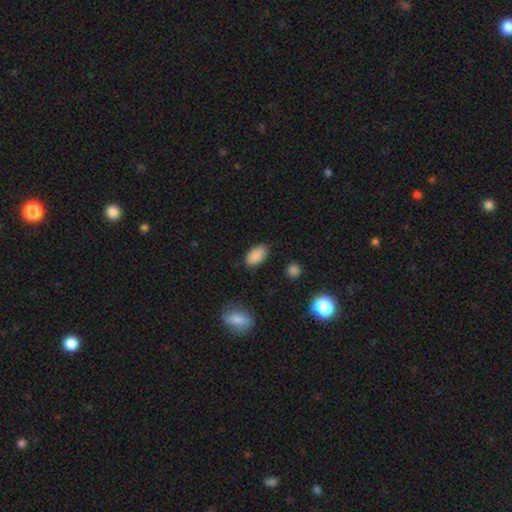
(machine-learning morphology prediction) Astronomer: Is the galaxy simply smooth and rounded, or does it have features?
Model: smooth — 88%.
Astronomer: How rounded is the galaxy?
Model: in between — 93%.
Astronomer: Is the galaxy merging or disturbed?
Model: none — 82%.